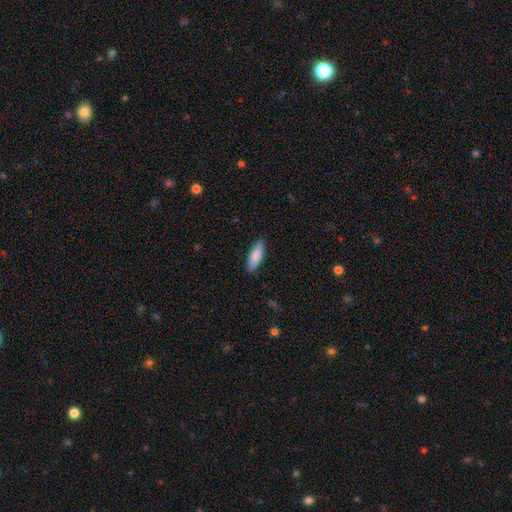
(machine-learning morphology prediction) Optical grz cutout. It shows a smooth galaxy with no disk features (87%) that is in between round and cigar-shaped (64%). Merging: none (88%).